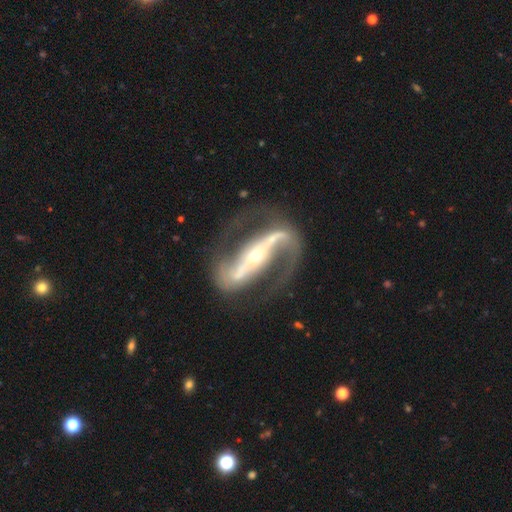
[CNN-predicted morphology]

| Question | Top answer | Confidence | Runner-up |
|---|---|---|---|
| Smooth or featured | featured or disk | 91% | star or artifact (5%) |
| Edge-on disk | no | 93% | yes (7%) |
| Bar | strong | 72% | weak (14%) |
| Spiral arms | yes | 95% | no (5%) |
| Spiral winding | medium | 48% | loose (35%) |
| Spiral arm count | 2 | 92% | 1 (2%) |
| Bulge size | small | 65% | moderate (30%) |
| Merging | none | 74% | minor disturbance (13%) |